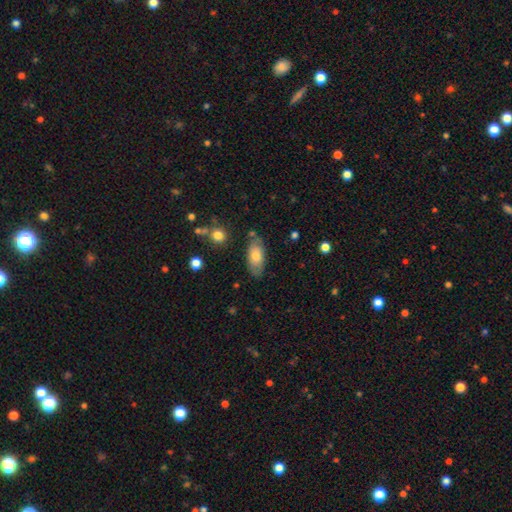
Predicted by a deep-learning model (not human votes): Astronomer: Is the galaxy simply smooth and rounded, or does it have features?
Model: smooth — 73%.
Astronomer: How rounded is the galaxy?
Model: in between — 89%.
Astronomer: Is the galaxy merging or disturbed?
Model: none — 77%.